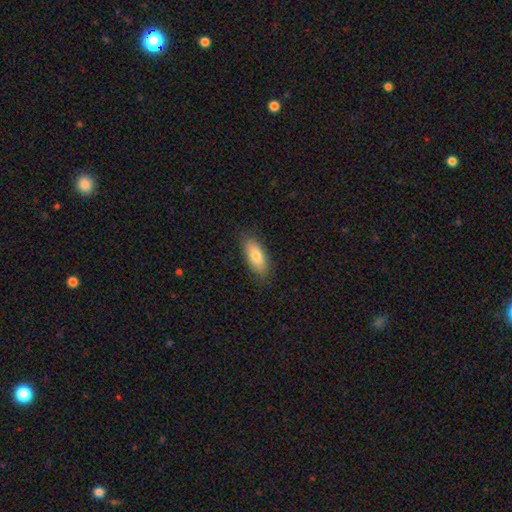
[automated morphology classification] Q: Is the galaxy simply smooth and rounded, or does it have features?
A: smooth — 80%.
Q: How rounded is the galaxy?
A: in between — 80%.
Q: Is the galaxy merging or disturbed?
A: none — 83%.